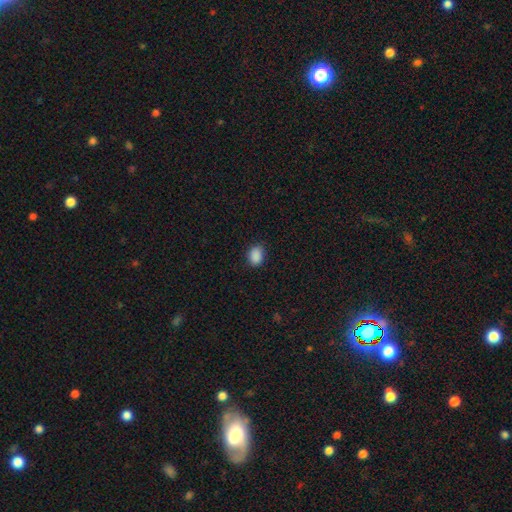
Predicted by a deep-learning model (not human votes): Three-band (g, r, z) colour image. It shows a smooth galaxy with no disk features (88%) that is in between round and cigar-shaped (69%). Merging: none (82%).